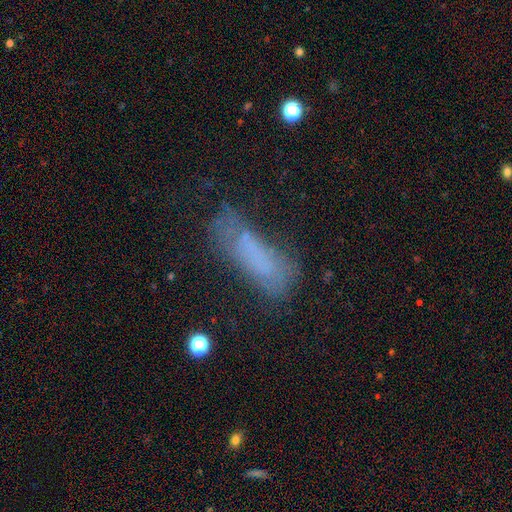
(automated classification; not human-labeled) The model was most divided on "how rounded": in between: 51%, cigar-shaped: 47%, round: 3%. Remaining: smooth or featured — smooth (58%); merging — none (44%).